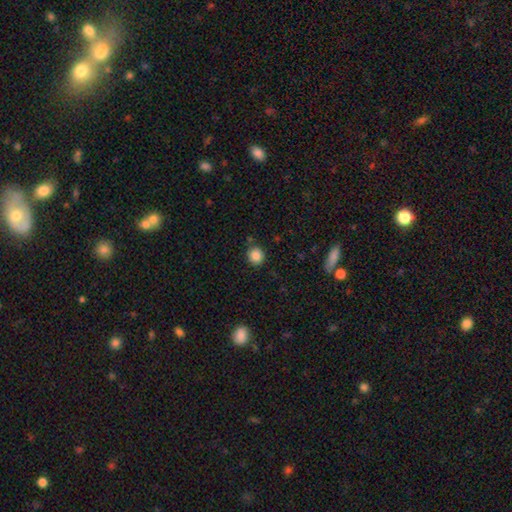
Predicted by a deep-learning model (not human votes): smooth-or-featured: smooth: 86% | star or artifact: 10% | featured or disk: 4%
  how-rounded: round: 88% | in between: 11% | cigar-shaped: 1%
  merging: none: 85% | minor disturbance: 9% | merger: 4% | major disturbance: 2%